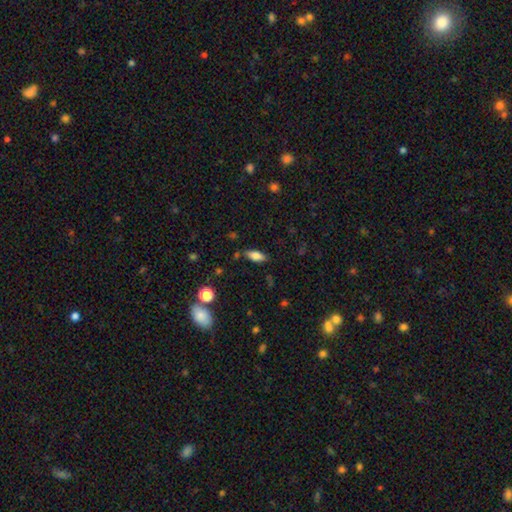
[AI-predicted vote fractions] Smooth or featured? Predicted: smooth (p=0.77). How rounded? Predicted: in between (p=0.83). Merging? Predicted: none (p=0.81).